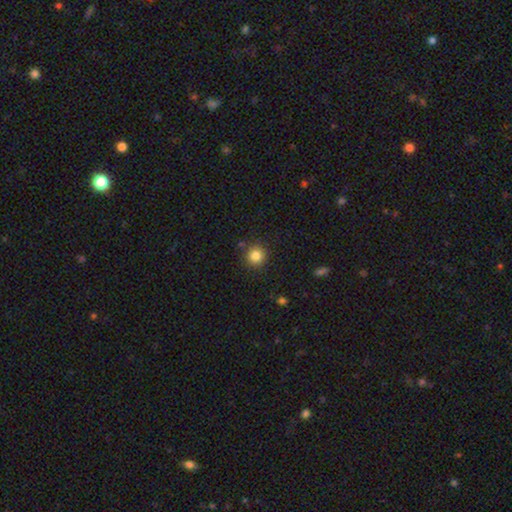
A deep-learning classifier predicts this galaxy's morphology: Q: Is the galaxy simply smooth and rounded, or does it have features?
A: smooth — 84%.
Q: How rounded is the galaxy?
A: round — 93%.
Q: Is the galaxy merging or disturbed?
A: none — 87%.